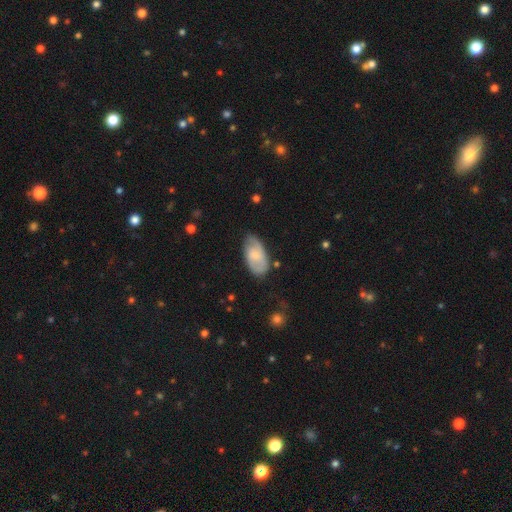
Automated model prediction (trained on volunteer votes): Morphology: type=smooth (51%); roundness=in between (94%); merging=none (68%).